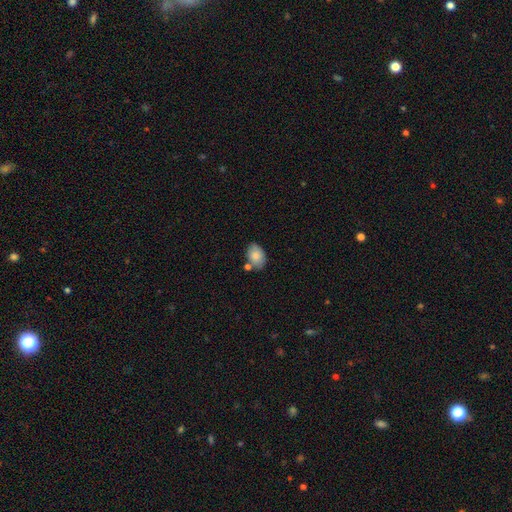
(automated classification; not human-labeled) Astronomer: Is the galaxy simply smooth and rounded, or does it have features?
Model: smooth — 83%.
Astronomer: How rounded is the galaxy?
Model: in between — 83%.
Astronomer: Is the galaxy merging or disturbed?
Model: none — 63%.